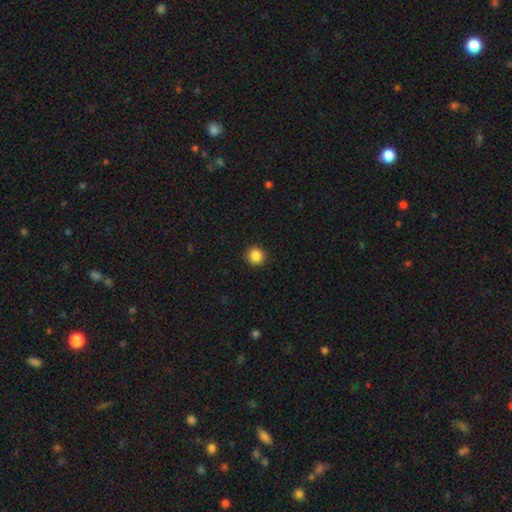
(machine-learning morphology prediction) Smooth or featured? Predicted: smooth (p=0.86). How rounded? Predicted: round (p=0.93). Merging? Predicted: none (p=0.92).